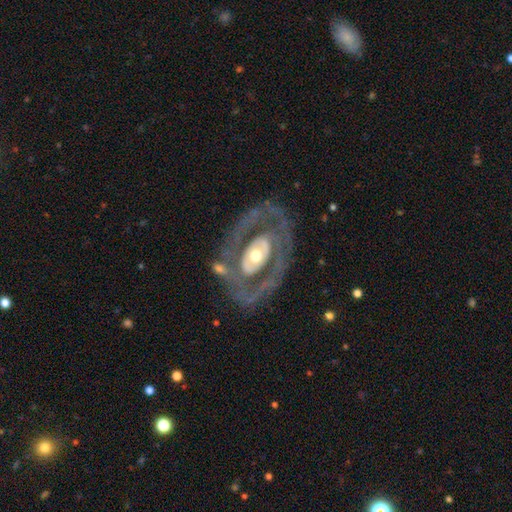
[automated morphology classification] type=featured or disk (83%); edge-on=no (95%); bar=no (69%); spiral arms=yes (63%); bulge=moderate (68%); merging=none (64%).